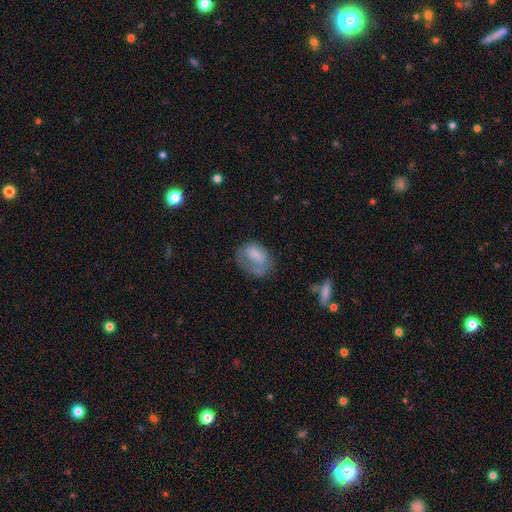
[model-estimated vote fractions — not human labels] A smooth galaxy with no disk features (66%) that is in between round and cigar-shaped (76%). Merging: none (38%).